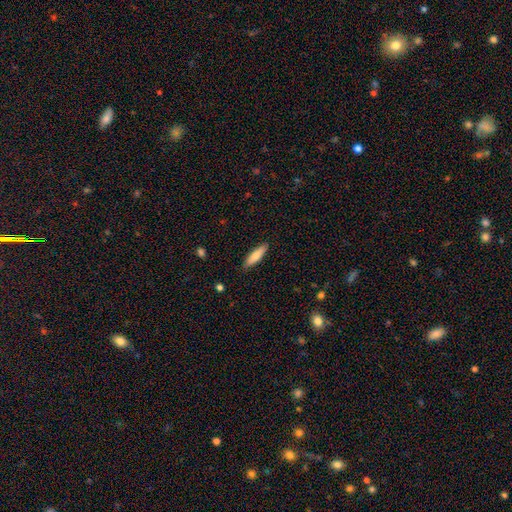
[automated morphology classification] type=smooth (75%); roundness=cigar-shaped (70%); merging=none (89%).